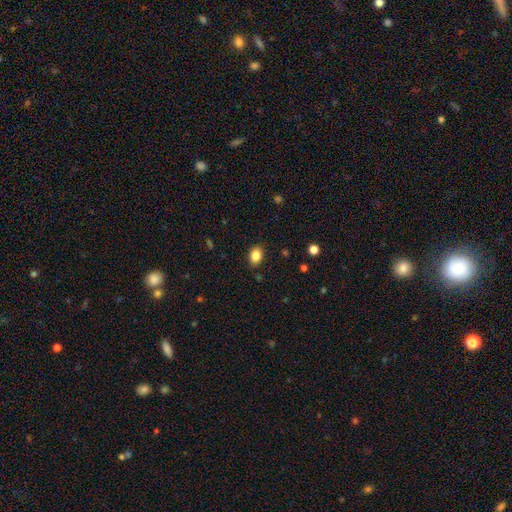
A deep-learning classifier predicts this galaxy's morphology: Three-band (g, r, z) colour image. It shows a smooth galaxy with no disk features (85%) that is in between round and cigar-shaped (77%). Merging: none (86%).